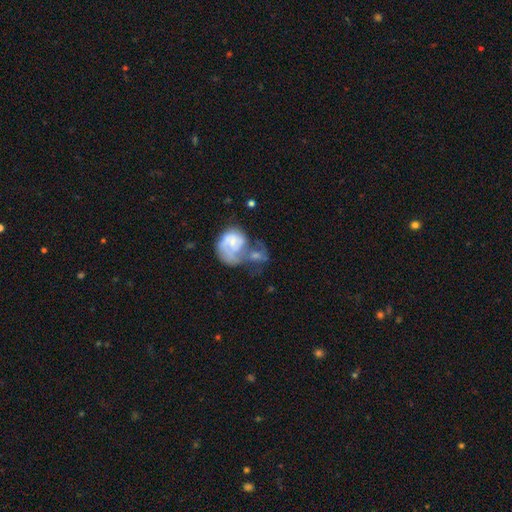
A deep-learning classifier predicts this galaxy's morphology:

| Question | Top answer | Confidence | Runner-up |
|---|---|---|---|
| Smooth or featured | featured or disk | 58% | smooth (33%) |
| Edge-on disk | no | 97% | yes (3%) |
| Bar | no | 72% | weak (23%) |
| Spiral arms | yes | 65% | no (35%) |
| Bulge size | small | 43% | moderate (34%) |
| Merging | merger | 51% | major disturbance (19%) |